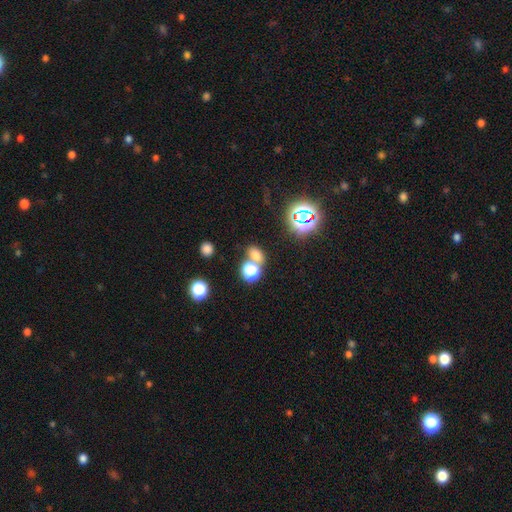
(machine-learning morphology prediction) smooth 65%, star or artifact 27%, featured or disk 8%. Down the decision tree: how rounded — in between (57%); merging — none (55%).